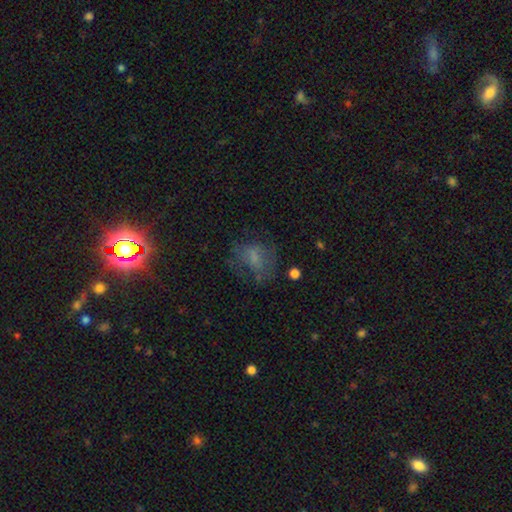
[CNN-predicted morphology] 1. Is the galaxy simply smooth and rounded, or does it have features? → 42% smooth, 29% star or artifact, 29% featured or disk.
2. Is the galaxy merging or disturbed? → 56% none, 21% major disturbance, 20% minor disturbance, 2% merger.